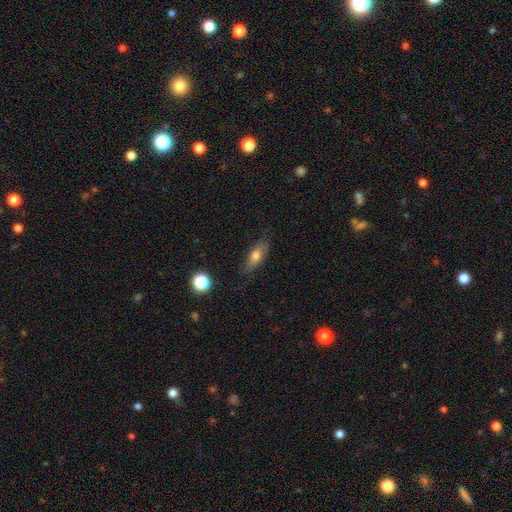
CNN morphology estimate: smooth 66%, featured or disk 26%, star or artifact 8%. Down the decision tree: how rounded — in between (65%); merging — none (74%).